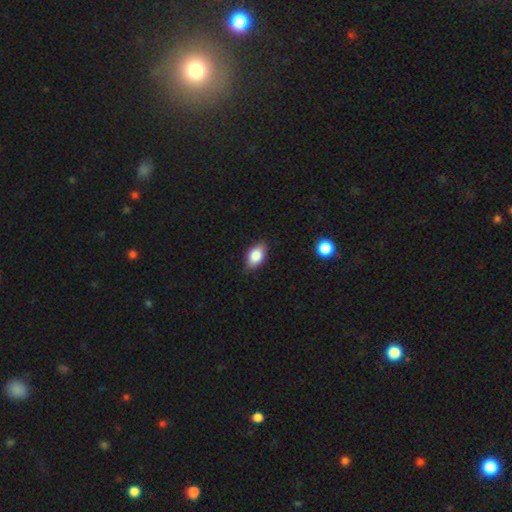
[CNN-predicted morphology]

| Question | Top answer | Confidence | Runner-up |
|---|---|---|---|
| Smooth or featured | smooth | 84% | featured or disk (9%) |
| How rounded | in between | 91% | round (7%) |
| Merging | none | 86% | minor disturbance (11%) |